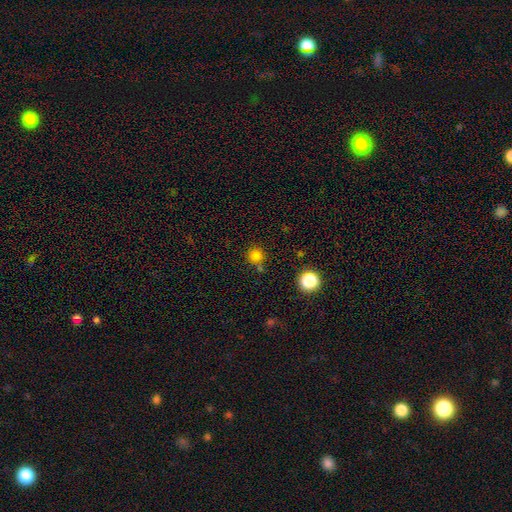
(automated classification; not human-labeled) A smooth galaxy with no disk features (78%) that is round (93%). Merging: none (75%).